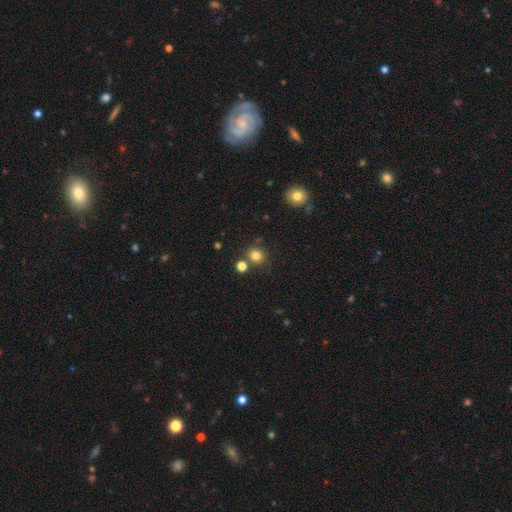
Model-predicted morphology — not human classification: This is likely a smooth galaxy (80%). How rounded: clearly round (88%). Merging: likely none (74%).